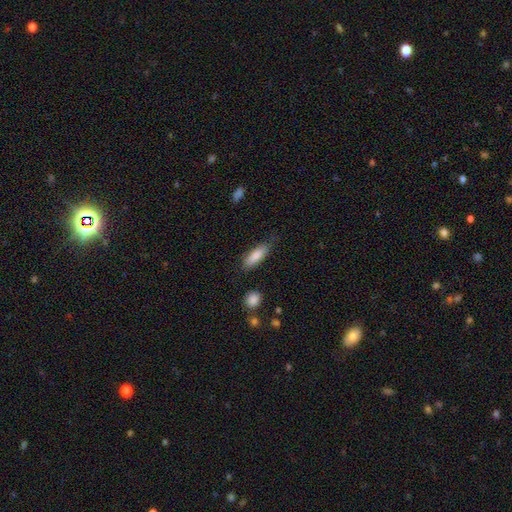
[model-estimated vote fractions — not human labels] This is clearly a smooth galaxy (84%). How rounded: possibly in between (57%). Merging: likely none (73%).